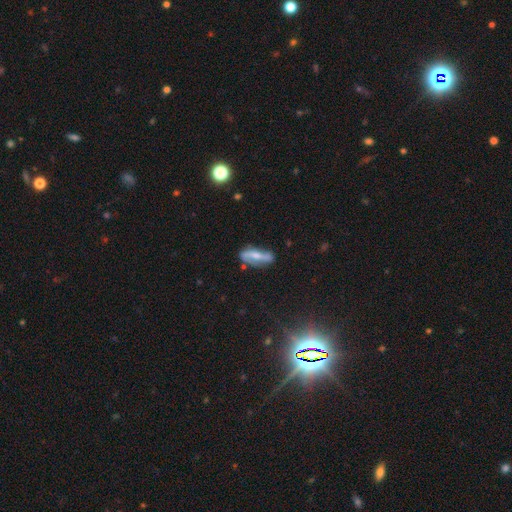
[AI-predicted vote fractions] This is likely a featured or disk galaxy (63%). It is likely not viewed edge-on (77%). Merging: likely none (66%).